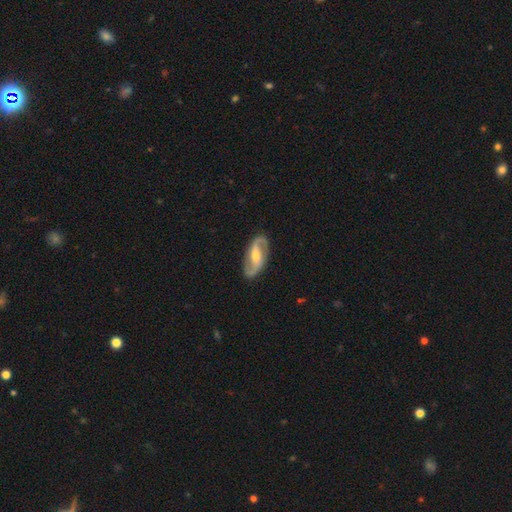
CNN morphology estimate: A featured or disk galaxy (85%) with a weak bar (40%), 2 (93%) medium (46%) spiral arms (94%) and a moderate central bulge (57%). Merging: none (86%).